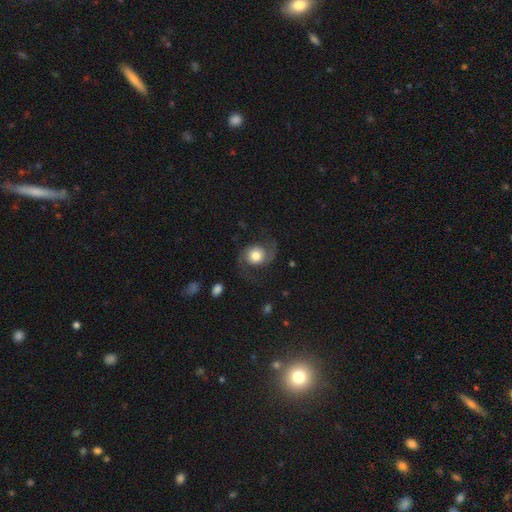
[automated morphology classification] Smooth or featured?
  - featured or disk: 68% *
  - smooth: 24%
  - star or artifact: 8%
Edge-on disk?
  - no: 97% *
  - yes: 3%
Bar?
  - no: 76% *
  - weak: 20%
  - strong: 4%
Spiral arms?
  - yes: 93% *
  - no: 7%
Spiral winding?
  - loose: 50% *
  - medium: 40%
  - tight: 10%
Spiral arm count?
  - 2: 92% *
  - 1: 3%
  - can't tell: 2%
  - 3: 1%
  - 4: 1%
  - more than 4: 1%
Bulge size?
  - moderate: 45% *
  - large: 39%
  - dominant: 9%
  - small: 6%
  - none: 2%
Merging?
  - none: 70% *
  - minor disturbance: 15%
  - major disturbance: 13%
  - merger: 2%